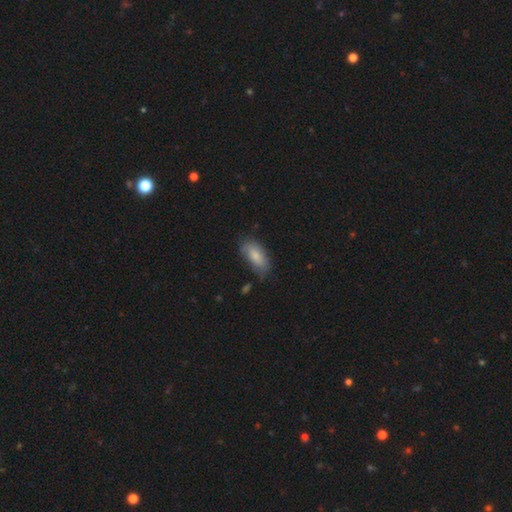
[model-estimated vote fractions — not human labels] A smooth galaxy with no disk features (80%) that is in between round and cigar-shaped (87%).

Vote fractions:
- Smooth or featured? smooth: 80% / featured or disk: 13% / star or artifact: 6%
- How rounded? in between: 87% / cigar-shaped: 11% / round: 2%
- Merging? none: 67% / minor disturbance: 25% / major disturbance: 6% / merger: 2%